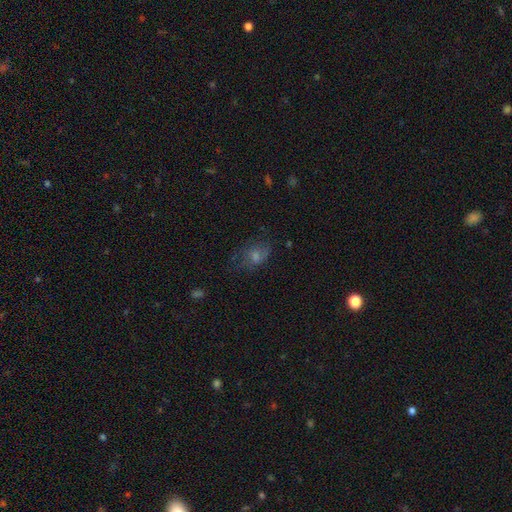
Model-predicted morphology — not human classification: A smooth galaxy with no disk features (45%). Merging: none (61%).